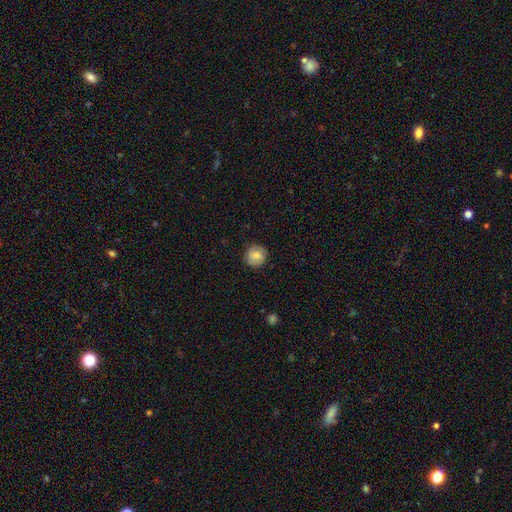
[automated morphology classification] Smooth or featured? smooth (79%)
How rounded? round (92%)
Merging? none (87%)